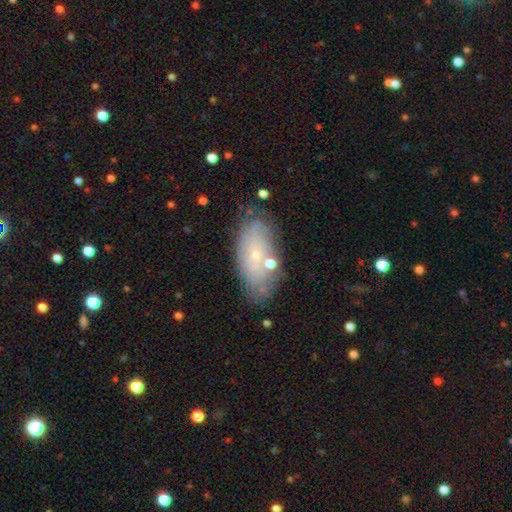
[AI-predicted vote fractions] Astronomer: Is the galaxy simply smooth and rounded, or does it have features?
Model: smooth — 52% (runner-up: featured or disk, 39%).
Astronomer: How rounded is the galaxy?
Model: in between — 88%.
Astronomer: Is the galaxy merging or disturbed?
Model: none — 71%.